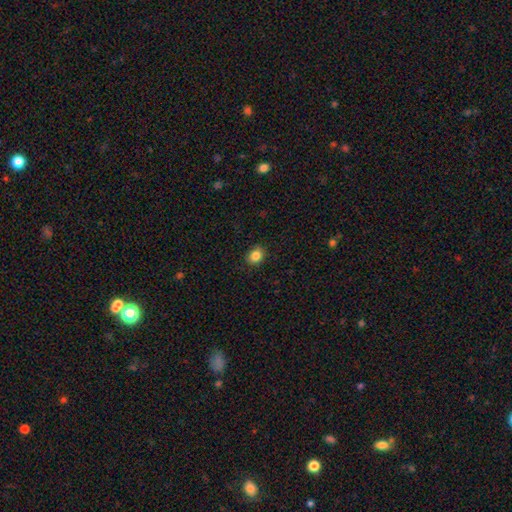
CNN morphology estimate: A smooth galaxy with no disk features (85%) that is round (59%). Merging: none (89%).